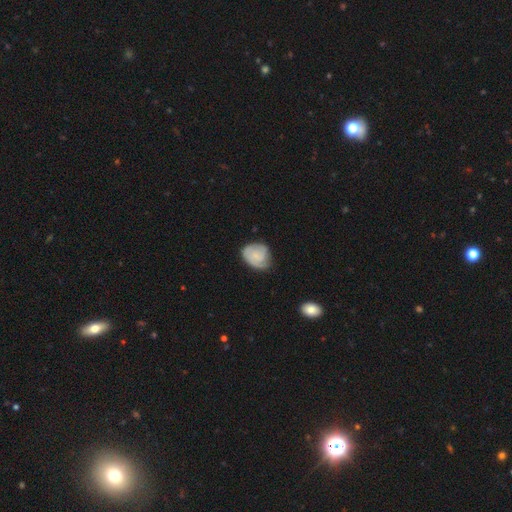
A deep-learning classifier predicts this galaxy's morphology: Smooth or featured? Predicted: featured or disk (p=0.49). Merging? Predicted: none (p=0.55).